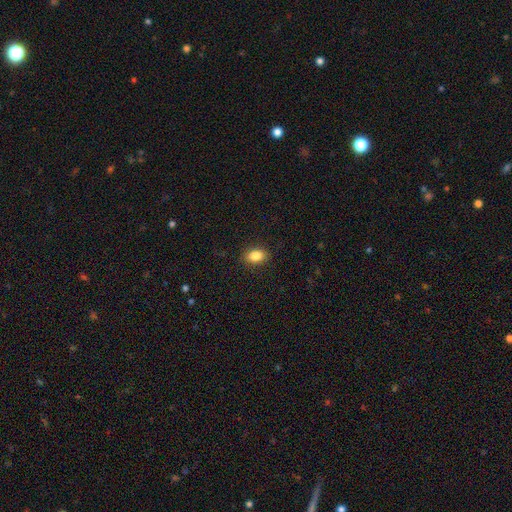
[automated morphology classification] The model was most divided on "how rounded": in between: 82%, round: 16%, cigar-shaped: 2%. More confident: merging — none (89%); smooth or featured — smooth (85%).